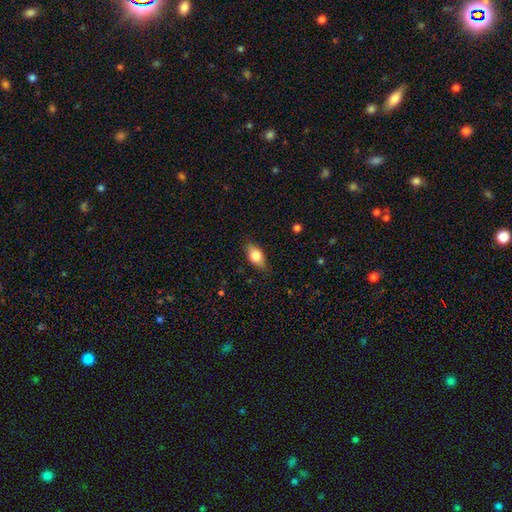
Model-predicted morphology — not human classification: Q: Smooth or featured?
A: smooth (74%); runner-up: featured or disk (19%)
Q: How rounded?
A: in between (85%); runner-up: round (9%)
Q: Merging?
A: none (80%); runner-up: minor disturbance (16%)